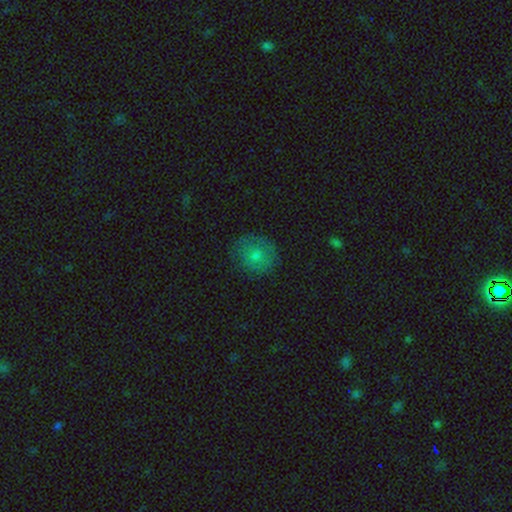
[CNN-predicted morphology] smooth-or-featured: smooth: 71% | featured or disk: 18% | star or artifact: 11%
  how-rounded: round: 84% | in between: 15% | cigar-shaped: 1%
  merging: none: 79% | minor disturbance: 16% | major disturbance: 4% | merger: 1%